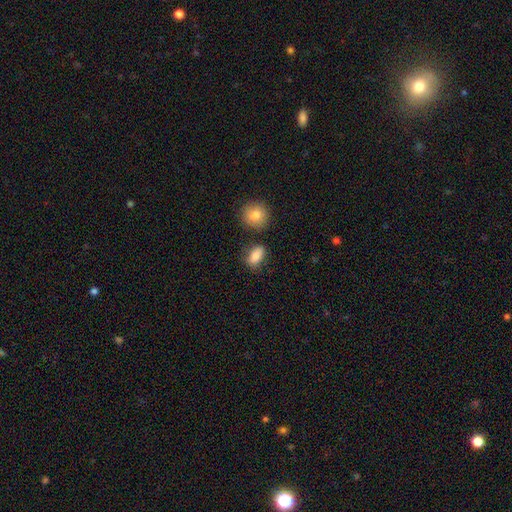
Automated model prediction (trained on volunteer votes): smooth_or_featured: smooth (p=0.84) [alt: star or artifact p=0.08]
how_rounded: in between (p=0.82) [alt: round p=0.13]
merging: none (p=0.75) [alt: minor disturbance p=0.14]